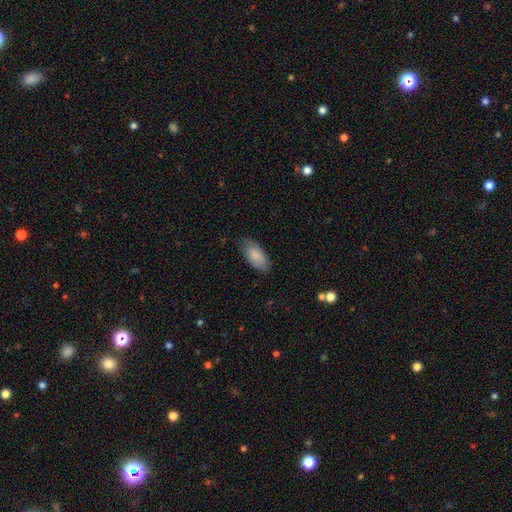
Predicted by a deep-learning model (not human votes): This is clearly a smooth galaxy (84%). How rounded: clearly in between (92%). Merging: likely none (78%).